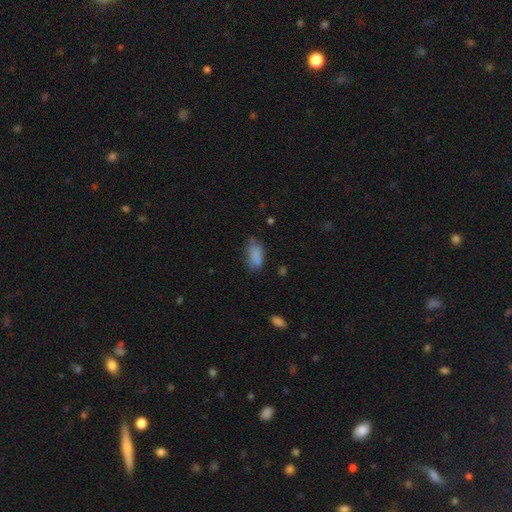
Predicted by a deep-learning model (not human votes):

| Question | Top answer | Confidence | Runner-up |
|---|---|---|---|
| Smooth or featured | smooth | 80% | star or artifact (10%) |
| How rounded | in between | 89% | round (5%) |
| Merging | none | 54% | minor disturbance (29%) |